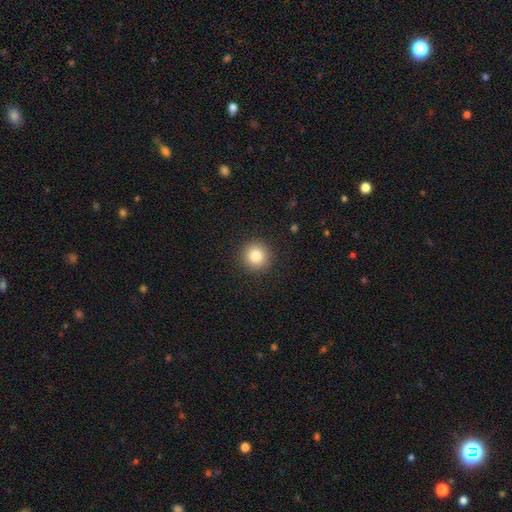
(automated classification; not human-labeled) A smooth galaxy with no disk features (83%) that is round (95%). Merging: none (92%).